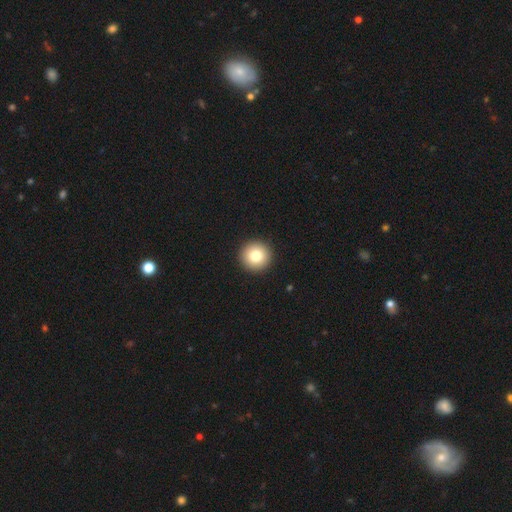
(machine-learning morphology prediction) smooth-or-featured: smooth: 81% | featured or disk: 10% | star or artifact: 10%
  how-rounded: round: 96% | in between: 3% | cigar-shaped: 1%
  merging: none: 94% | minor disturbance: 4% | major disturbance: 1% | merger: 1%